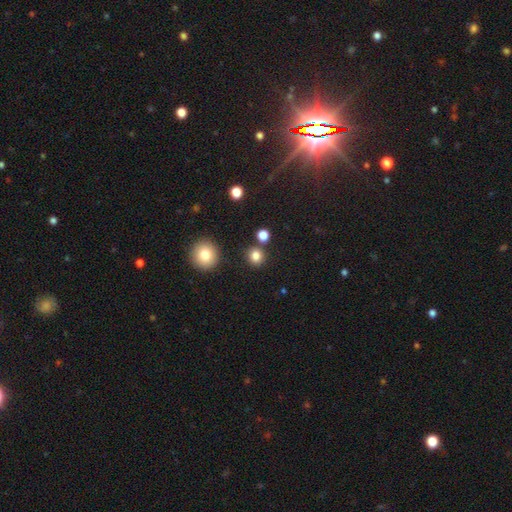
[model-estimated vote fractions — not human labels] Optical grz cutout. It shows a smooth galaxy with no disk features (82%) that is round (90%). Merging: none (85%).